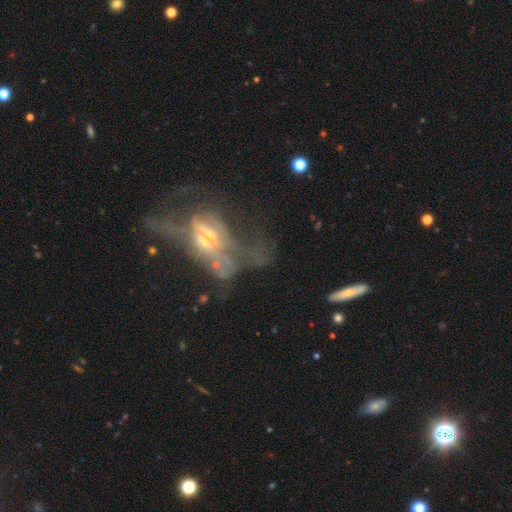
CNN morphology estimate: type=featured or disk (61%); edge-on=no (85%); bar=no (75%); spiral arms=no (72%); bulge=moderate (46%); merging=major disturbance (46%).